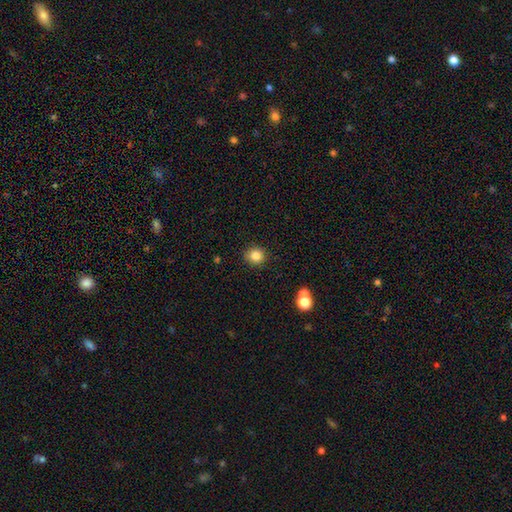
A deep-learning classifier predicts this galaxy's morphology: smooth 84%, star or artifact 11%, featured or disk 5%. Down the decision tree: how rounded — round (89%); merging — none (89%).